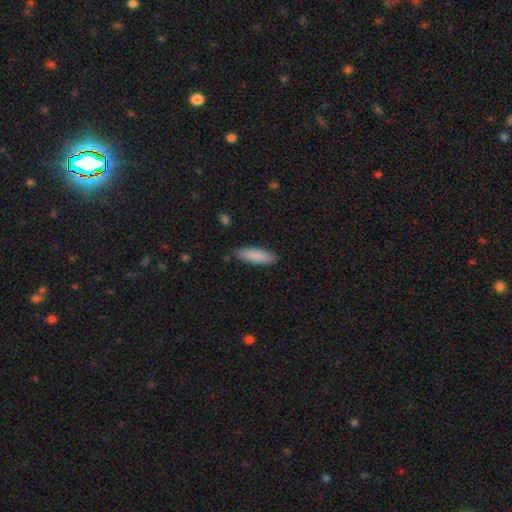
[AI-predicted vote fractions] smooth_or_featured: smooth (p=0.87) [alt: featured or disk p=0.07]
how_rounded: cigar-shaped (p=0.53) [alt: in between p=0.46]
merging: none (p=0.86) [alt: minor disturbance p=0.11]